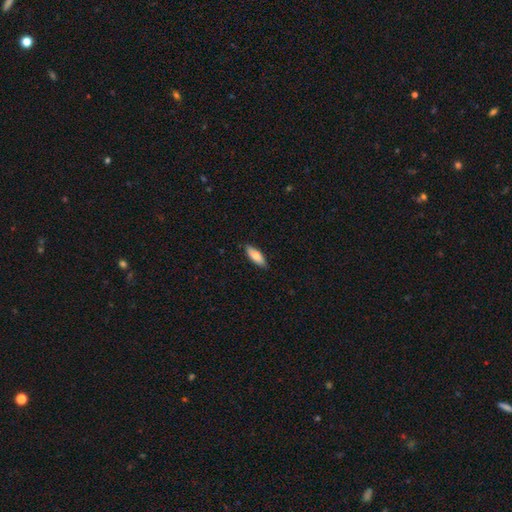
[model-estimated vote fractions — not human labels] smooth_or_featured: smooth (p=0.81) [alt: featured or disk p=0.13]
how_rounded: in between (p=0.62) [alt: cigar-shaped p=0.37]
merging: none (p=0.86) [alt: minor disturbance p=0.11]